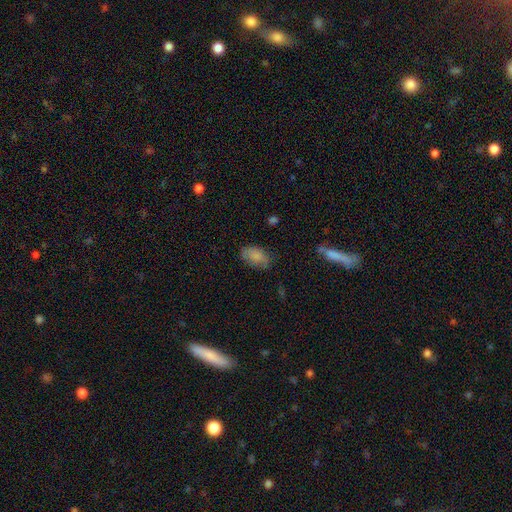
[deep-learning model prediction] Smooth or featured: smooth — 82% (featured or disk — 10%)
How rounded: in between — 91% (round — 7%)
Merging: none — 67% (minor disturbance — 24%)